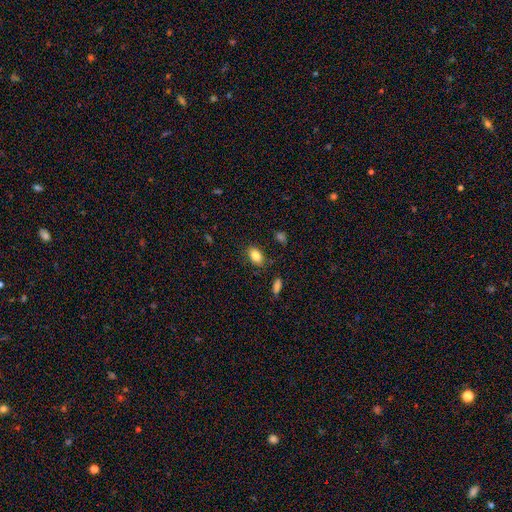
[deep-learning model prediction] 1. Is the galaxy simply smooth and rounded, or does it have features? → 84% smooth, 9% star or artifact, 7% featured or disk.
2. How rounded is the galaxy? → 87% in between, 11% round, 2% cigar-shaped.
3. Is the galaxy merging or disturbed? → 81% none, 13% minor disturbance, 3% major disturbance, 2% merger.